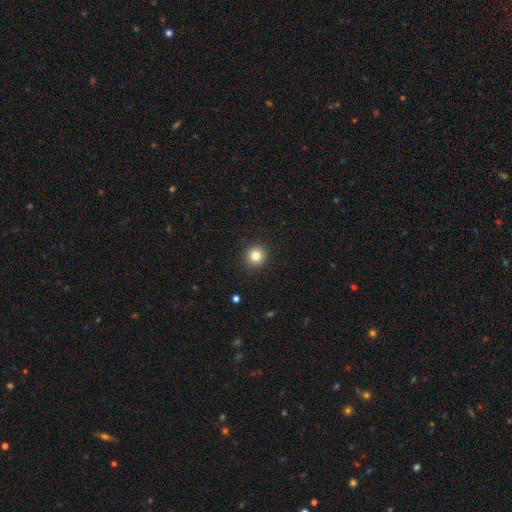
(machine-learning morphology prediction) Smooth or featured? Predicted: smooth (p=0.83). How rounded? Predicted: round (p=0.93). Merging? Predicted: none (p=0.91).